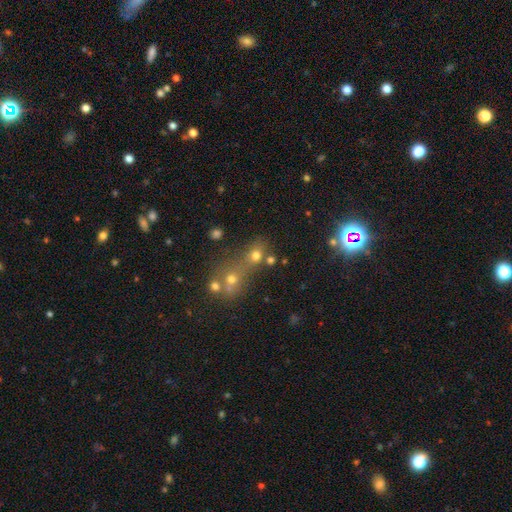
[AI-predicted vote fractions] A smooth galaxy with no disk features (63%) that is round (73%).

Vote fractions:
- Smooth or featured? smooth: 63% / star or artifact: 23% / featured or disk: 14%
- How rounded? round: 73% / in between: 25% / cigar-shaped: 3%
- Merging? merger: 44% / none: 41% / minor disturbance: 9% / major disturbance: 6%